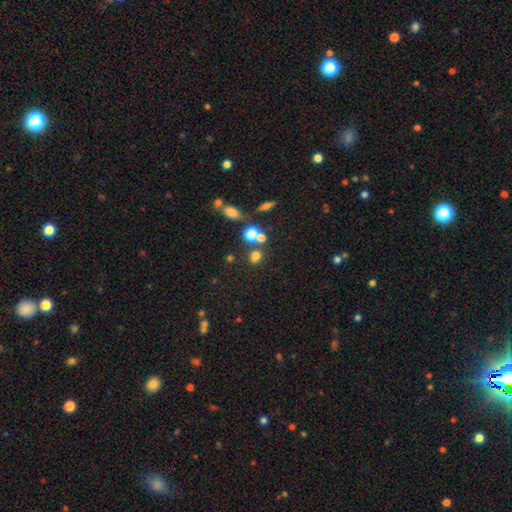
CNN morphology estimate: A smooth galaxy with no disk features (68%) that is round (59%).

Vote fractions:
- Smooth or featured? smooth: 68% / star or artifact: 21% / featured or disk: 12%
- How rounded? round: 59% / in between: 39% / cigar-shaped: 2%
- Merging? none: 53% / merger: 31% / minor disturbance: 10% / major disturbance: 5%